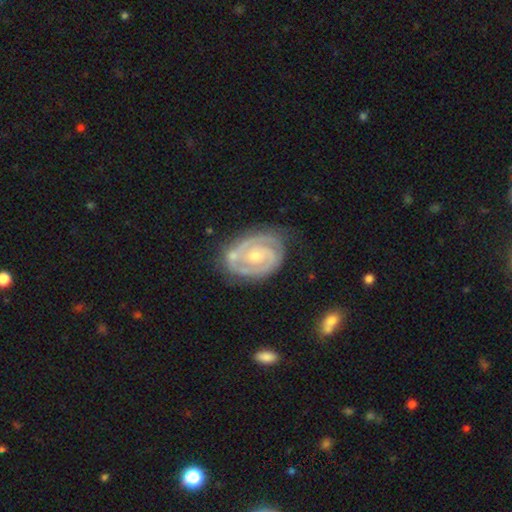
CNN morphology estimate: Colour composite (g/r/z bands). It shows a featured or disk galaxy (90%) with no bar (58%), 2 (73%) tight (73%) spiral arms (97%) and a small central bulge (59%). Merging: none (69%).